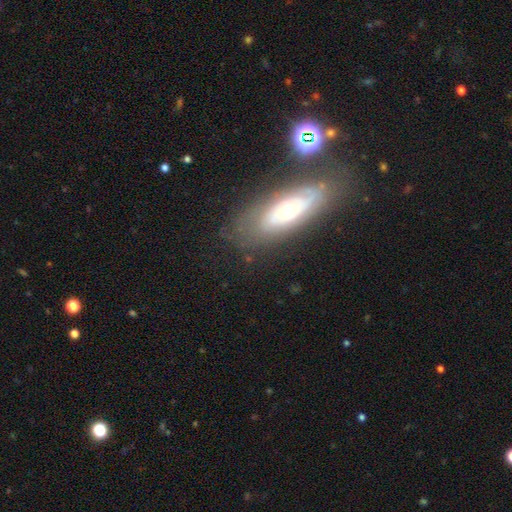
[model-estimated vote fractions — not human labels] A featured or disk galaxy (50%). Merging: none (76%).